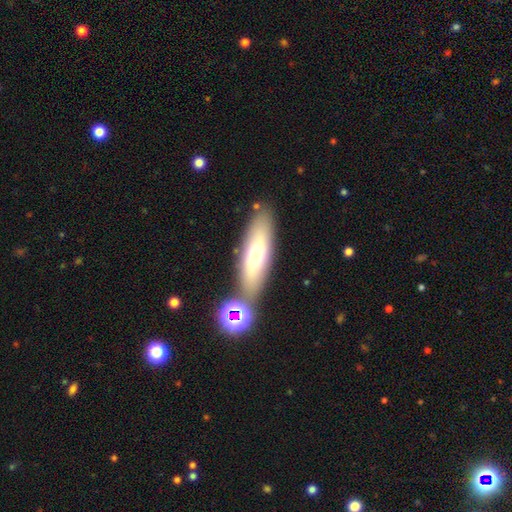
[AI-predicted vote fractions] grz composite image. It shows a smooth galaxy with no disk features (59%) that is cigar-shaped (50%). Merging: none (74%).